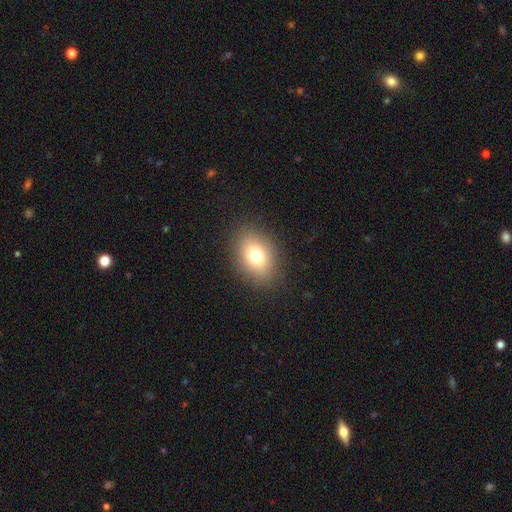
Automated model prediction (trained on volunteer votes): This is likely a smooth galaxy (74%). How rounded: likely in between (68%). Merging: clearly none (86%).